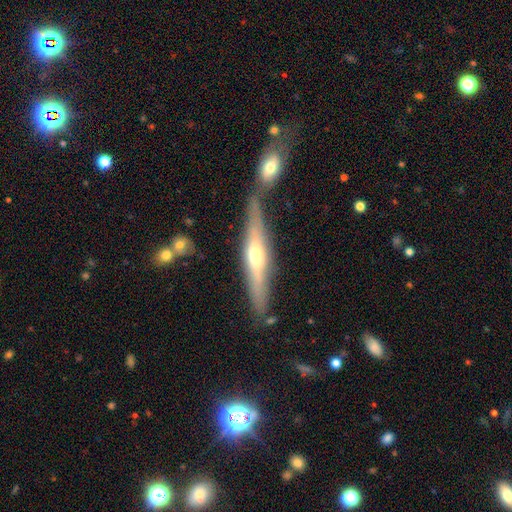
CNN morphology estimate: A featured or disk galaxy (65%) viewed edge-on (90%) with a rounded central bulge (83%). Merging: none (72%).